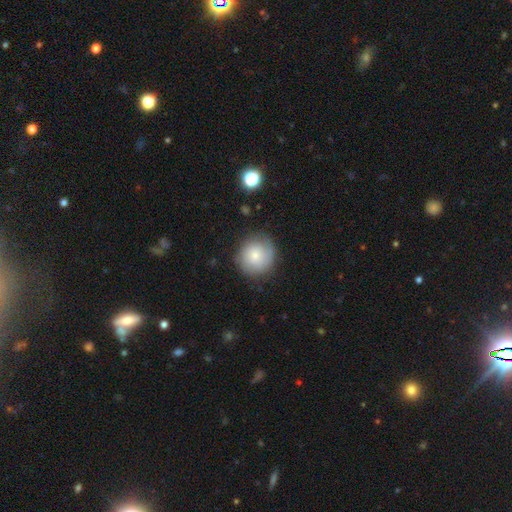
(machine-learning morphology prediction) Smooth or featured? smooth (74%)
How rounded? round (91%)
Merging? none (77%)